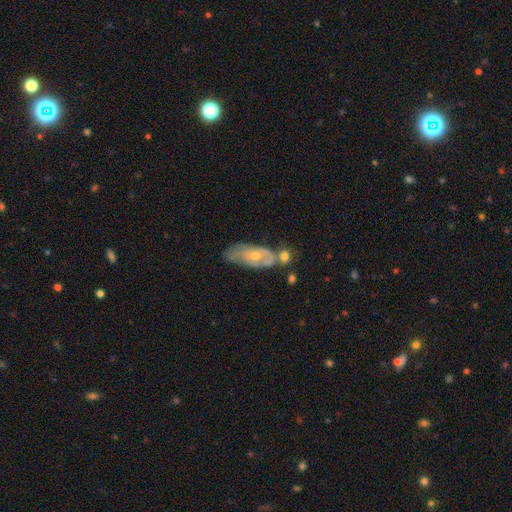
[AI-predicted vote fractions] Overall: featured or disk (62%; smooth 31%). Edge-on disk: no (86%). Bar: no (81%). Spiral arms: yes (56%; no 44%). Bulge size: small (56%; moderate 40%). Merging: none (43%; merger 25%).